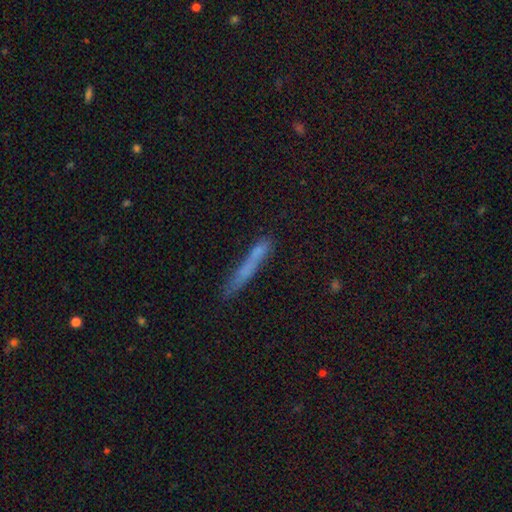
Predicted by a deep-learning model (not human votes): smooth-or-featured: smooth: 66% | featured or disk: 24% | star or artifact: 10%
  how-rounded: cigar-shaped: 94% | in between: 4% | round: 2%
  merging: none: 67% | minor disturbance: 20% | major disturbance: 7% | merger: 7%